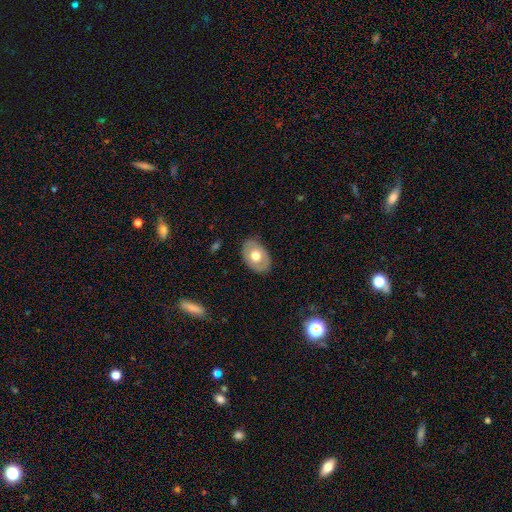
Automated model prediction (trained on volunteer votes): smooth 57%, featured or disk 38%, star or artifact 6%. Down the decision tree: how rounded — in between (80%); merging — none (84%).